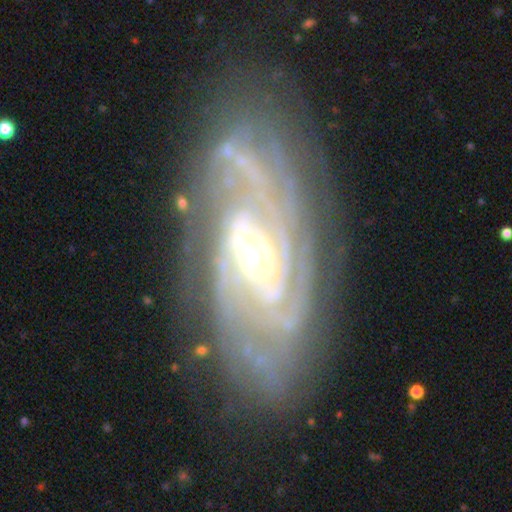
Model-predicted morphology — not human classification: A featured or disk galaxy (90%) with a weak bar (38%, tied with no), 3 (24%) tight (69%) spiral arms (98%) and a moderate central bulge (55%). Merging: none (81%).